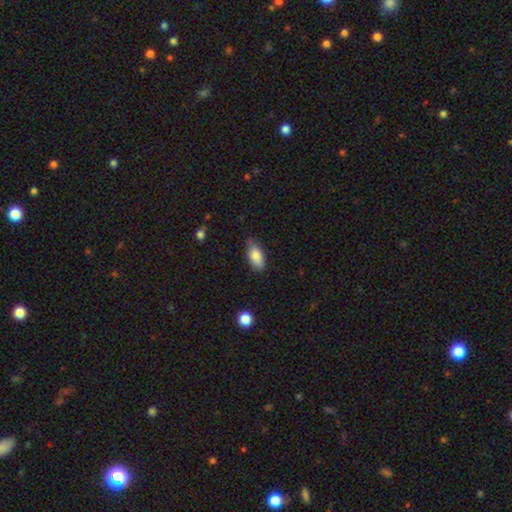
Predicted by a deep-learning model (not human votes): Smooth or featured?
  - smooth: 83% *
  - featured or disk: 10%
  - star or artifact: 7%
How rounded?
  - in between: 87% *
  - cigar-shaped: 9%
  - round: 3%
Merging?
  - none: 71% *
  - minor disturbance: 24%
  - major disturbance: 4%
  - merger: 2%